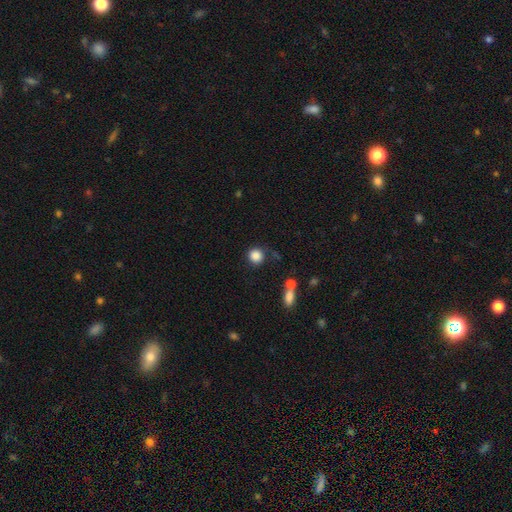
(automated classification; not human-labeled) smooth 86%, star or artifact 10%, featured or disk 4%. Down the decision tree: how rounded — round (90%); merging — none (78%).